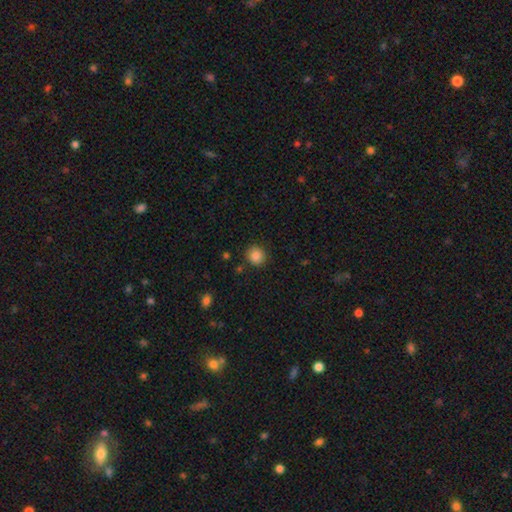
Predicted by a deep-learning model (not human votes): Smooth or featured: smooth — 86% (star or artifact — 10%)
How rounded: round — 83% (in between — 16%)
Merging: none — 86% (minor disturbance — 9%)